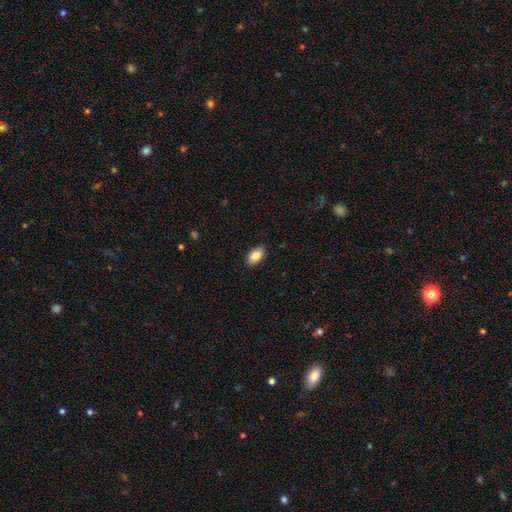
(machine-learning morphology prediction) A smooth galaxy with no disk features (84%) that is in between round and cigar-shaped (91%). Merging: none (88%).